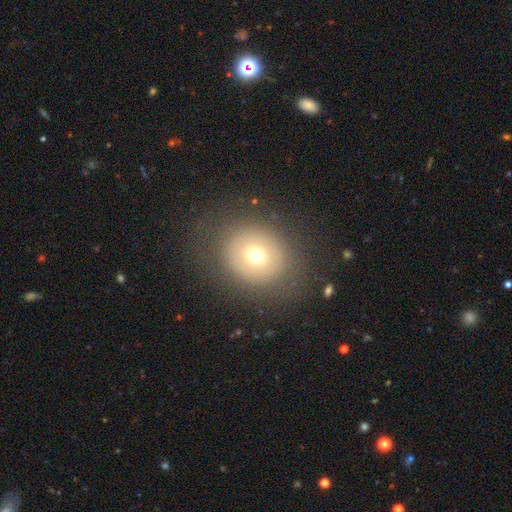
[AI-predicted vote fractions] Smooth or featured?
  - smooth: 61% *
  - featured or disk: 28%
  - star or artifact: 12%
How rounded?
  - round: 67% *
  - in between: 32%
  - cigar-shaped: 1%
Merging?
  - none: 81% *
  - minor disturbance: 11%
  - major disturbance: 7%
  - merger: 1%